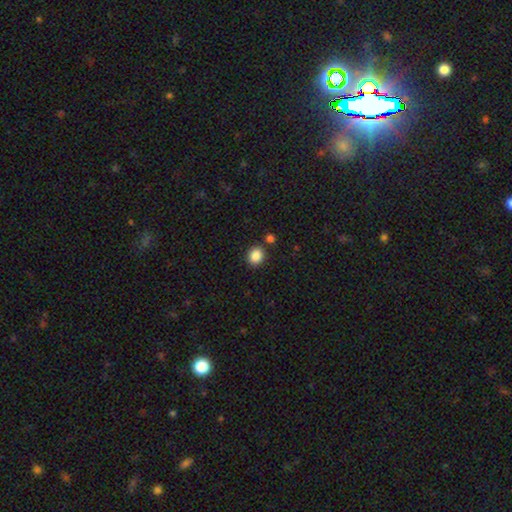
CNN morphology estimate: smooth 87%, star or artifact 10%, featured or disk 3%. Down the decision tree: how rounded — round (74%); merging — none (84%).